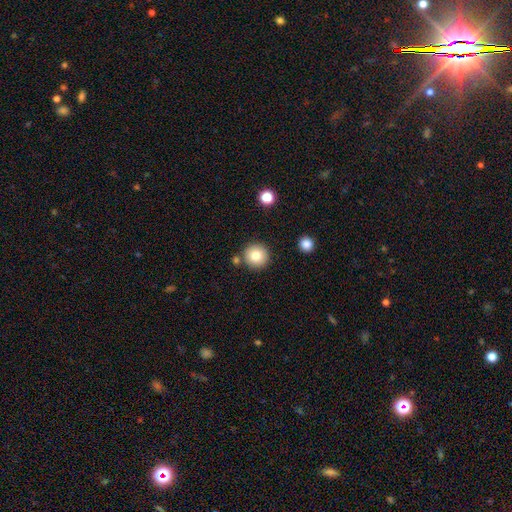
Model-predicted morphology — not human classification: The model was most divided on "smooth or featured": smooth: 80%, star or artifact: 10%, featured or disk: 10%. More confident: how rounded — round (95%); merging — none (84%).